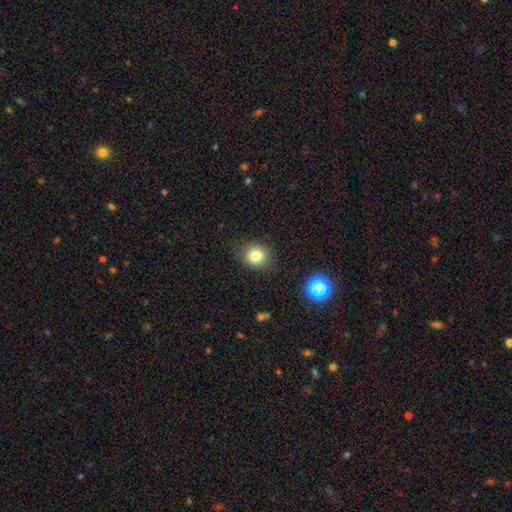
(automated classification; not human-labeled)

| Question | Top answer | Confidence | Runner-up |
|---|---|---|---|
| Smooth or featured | smooth | 79% | star or artifact (13%) |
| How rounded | round | 80% | in between (19%) |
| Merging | none | 85% | minor disturbance (10%) |